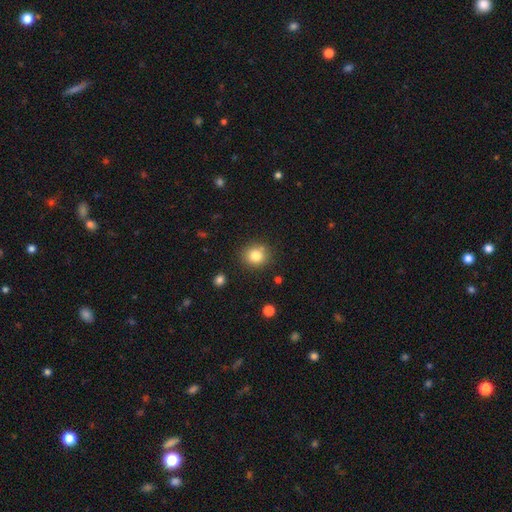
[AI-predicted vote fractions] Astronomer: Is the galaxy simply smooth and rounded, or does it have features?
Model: smooth — 82%.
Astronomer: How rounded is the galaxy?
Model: round — 83%.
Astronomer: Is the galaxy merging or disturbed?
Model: none — 82%.